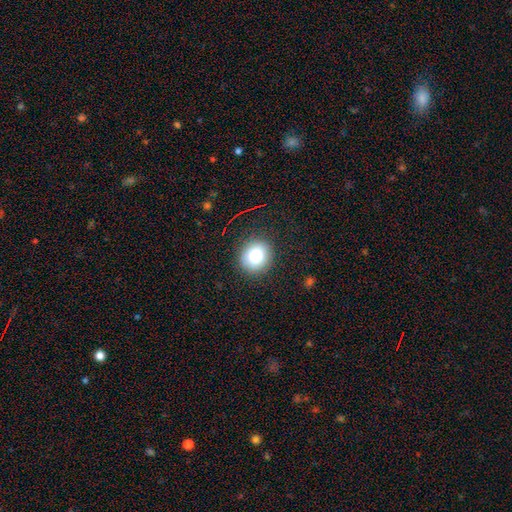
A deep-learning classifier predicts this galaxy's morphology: Overall: smooth (79%). How rounded: round (82%). Merging: none (89%).